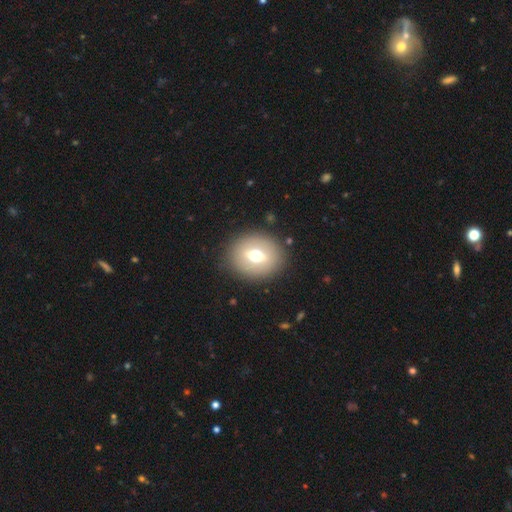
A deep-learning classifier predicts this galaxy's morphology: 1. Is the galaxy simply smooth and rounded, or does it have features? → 58% smooth, 32% featured or disk, 10% star or artifact.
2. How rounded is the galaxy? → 61% round, 37% in between, 1% cigar-shaped.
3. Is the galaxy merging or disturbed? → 86% none, 9% minor disturbance, 4% major disturbance, 2% merger.